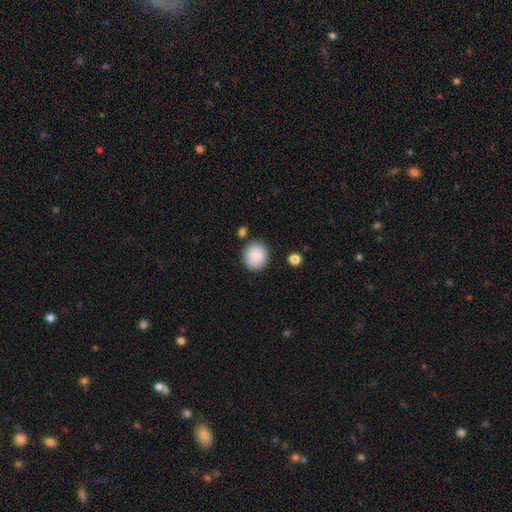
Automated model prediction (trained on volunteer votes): Overall: smooth (89%). How rounded: round (82%). Merging: none (87%).